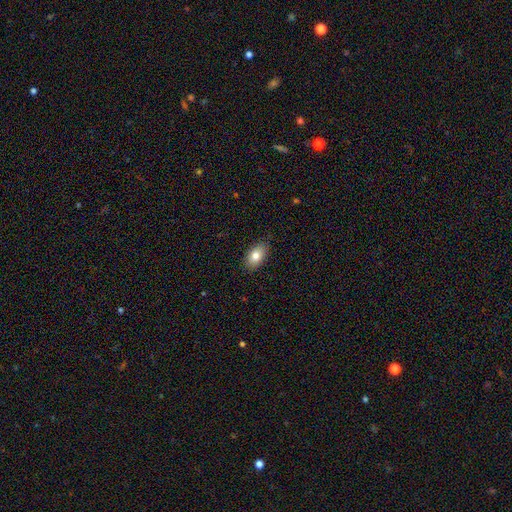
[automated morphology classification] This is clearly a smooth galaxy (80%). How rounded: clearly in between (91%). Merging: clearly none (85%).